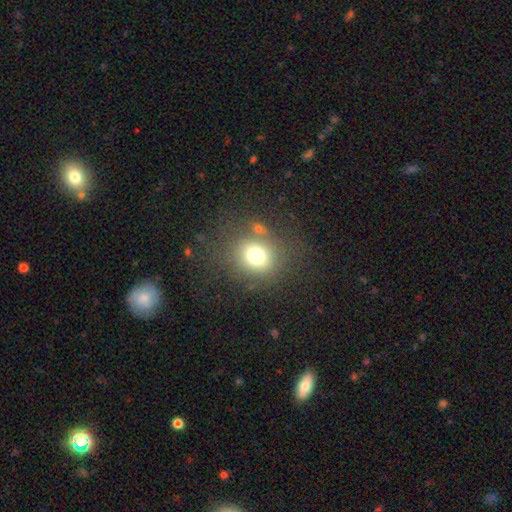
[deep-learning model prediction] This appears to be a smooth galaxy with no disk features (72%) that is round (78%). Merging: none (74%).